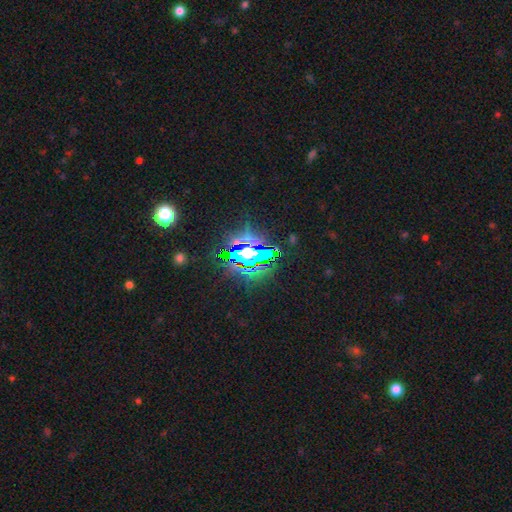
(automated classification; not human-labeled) Smooth or featured? star or artifact (69%)